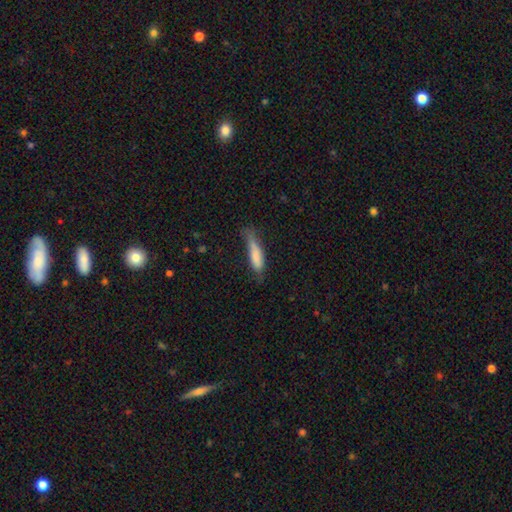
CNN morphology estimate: This appears to be a smooth galaxy with no disk features (79%) that is cigar-shaped (73%). Merging: none (42%).